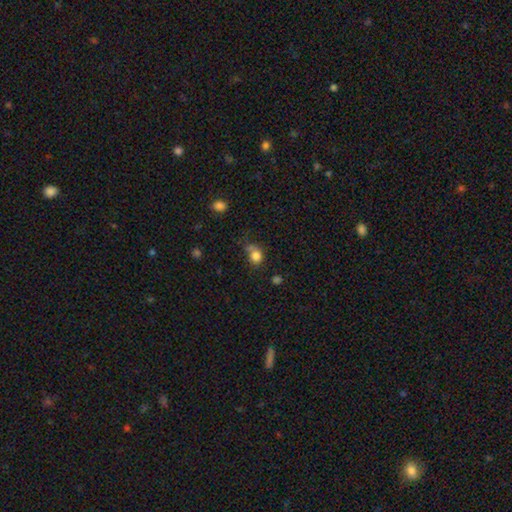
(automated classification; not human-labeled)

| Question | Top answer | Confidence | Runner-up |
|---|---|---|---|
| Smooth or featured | smooth | 81% | star or artifact (12%) |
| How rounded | round | 68% | in between (31%) |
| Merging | none | 50% | minor disturbance (25%) |